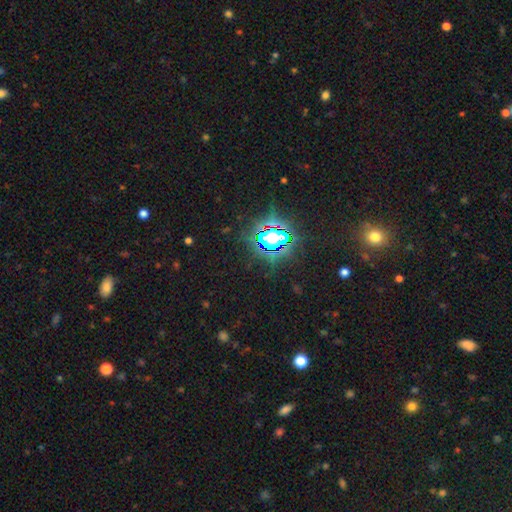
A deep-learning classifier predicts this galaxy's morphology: type=star or artifact (80%).